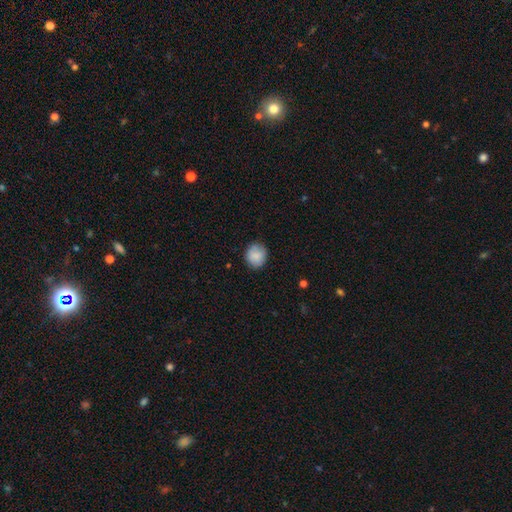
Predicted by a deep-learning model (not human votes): Smooth or featured? Predicted: smooth (p=0.87). How rounded? Predicted: round (p=0.77). Merging? Predicted: none (p=0.84).